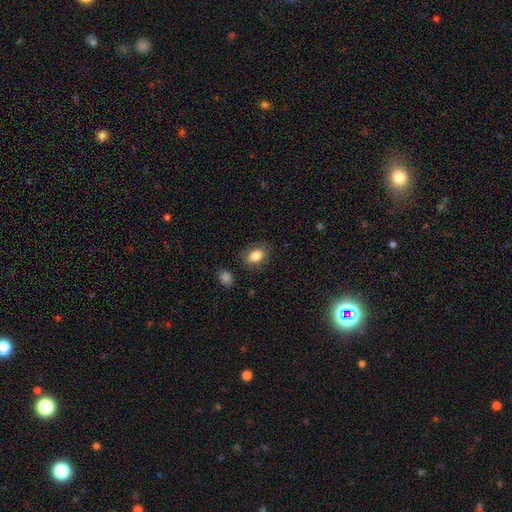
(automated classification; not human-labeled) Overall: smooth (83%). How rounded: in between (77%). Merging: none (81%).